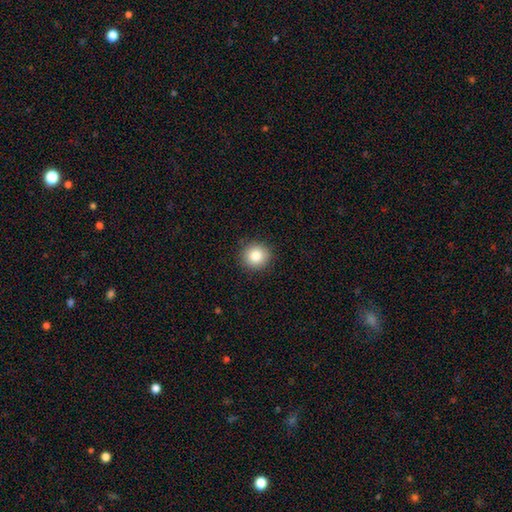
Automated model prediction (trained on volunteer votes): Morphology: type=smooth (84%); roundness=round (91%); merging=none (90%).